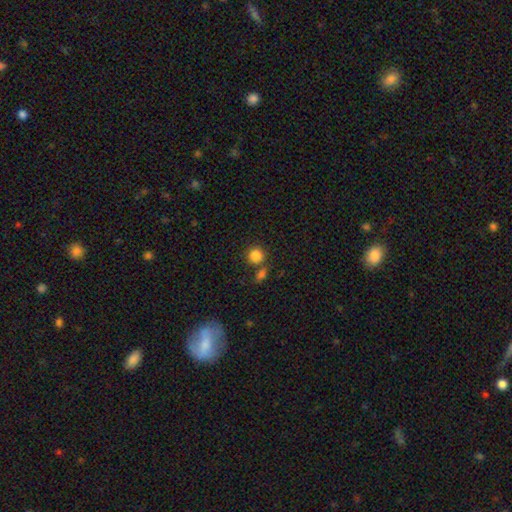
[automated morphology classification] Smooth or featured? Predicted: smooth (p=0.84). How rounded? Predicted: round (p=0.89). Merging? Predicted: none (p=0.68).